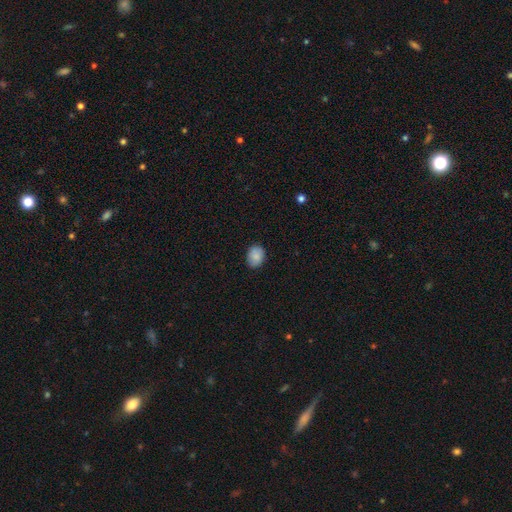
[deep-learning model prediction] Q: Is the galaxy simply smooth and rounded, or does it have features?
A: smooth — 86%.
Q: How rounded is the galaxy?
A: in between — 61%.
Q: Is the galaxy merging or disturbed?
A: none — 83%.